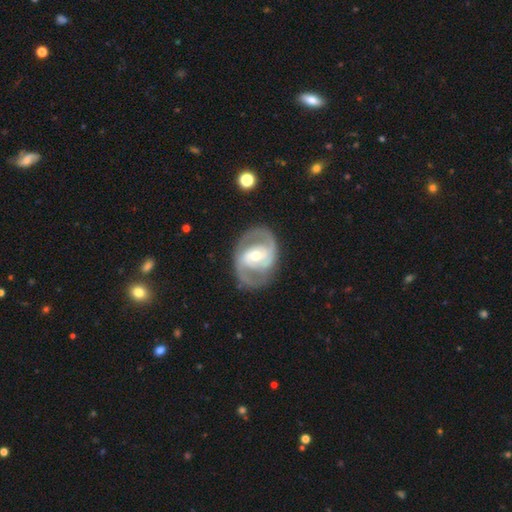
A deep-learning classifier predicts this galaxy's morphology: Q: Smooth or featured?
A: featured or disk (85%); runner-up: smooth (11%)
Q: Edge-on disk?
A: no (97%); runner-up: yes (3%)
Q: Bar?
A: weak (40%); runner-up: no (38%)
Q: Spiral arms?
A: yes (91%); runner-up: no (9%)
Q: Spiral winding?
A: medium (52%); runner-up: tight (32%)
Q: Spiral arm count?
A: 2 (87%); runner-up: can't tell (6%)
Q: Bulge size?
A: moderate (57%); runner-up: small (35%)
Q: Merging?
A: none (79%); runner-up: minor disturbance (13%)